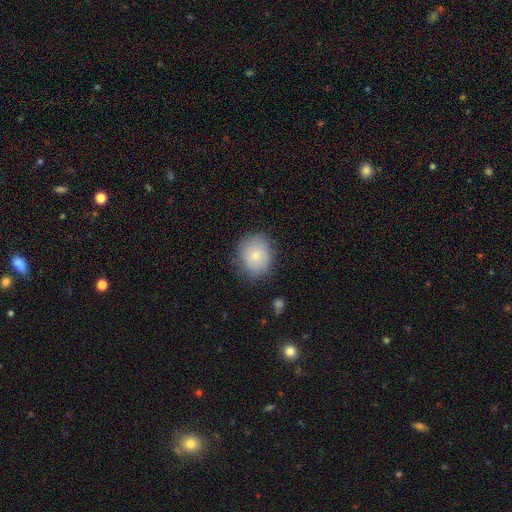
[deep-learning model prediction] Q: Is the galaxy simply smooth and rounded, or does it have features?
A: smooth — 78%.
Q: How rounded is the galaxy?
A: round — 66%.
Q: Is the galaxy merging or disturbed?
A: none — 78%.